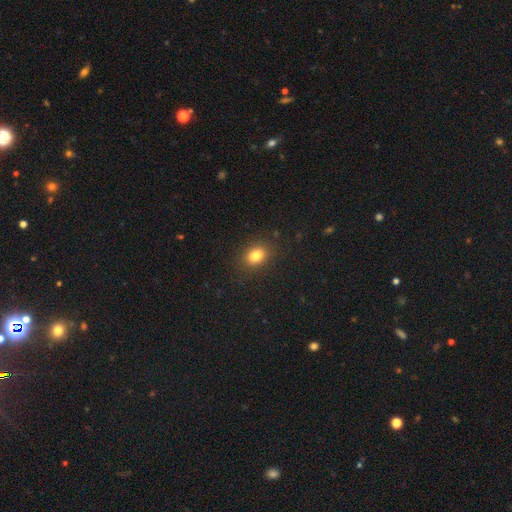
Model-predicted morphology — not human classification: Smooth or featured? smooth (82%)
How rounded? in between (63%)
Merging? none (87%)